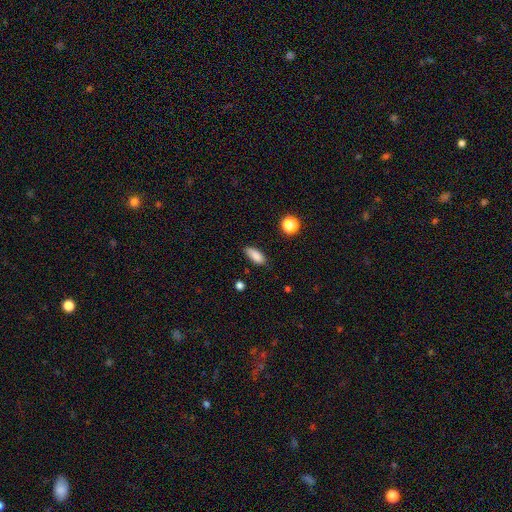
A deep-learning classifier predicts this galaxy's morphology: Smooth or featured? Predicted: smooth (p=0.86). How rounded? Predicted: in between (p=0.78). Merging? Predicted: none (p=0.74).